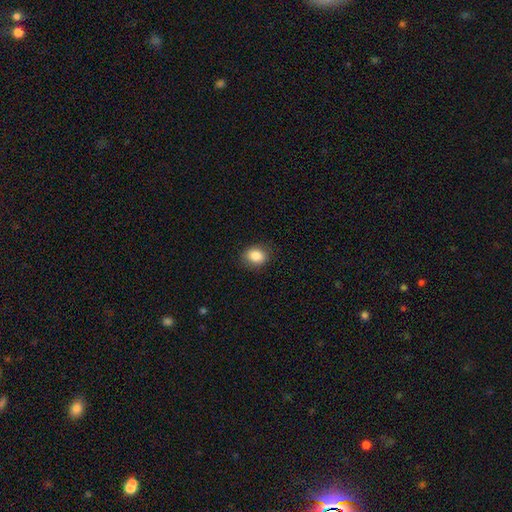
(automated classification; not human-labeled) A smooth galaxy with no disk features (85%) that is round (50%). Merging: none (87%).